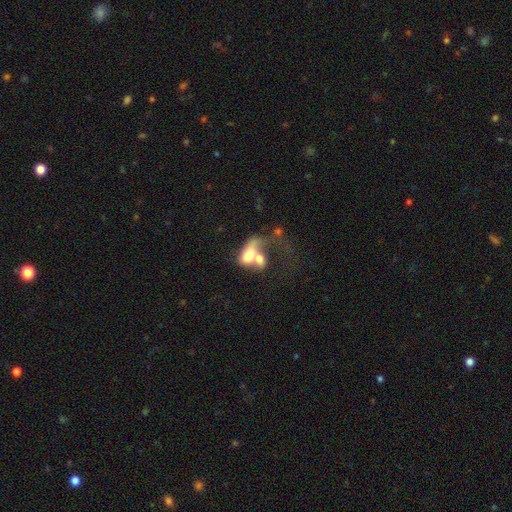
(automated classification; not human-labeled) smooth-or-featured: smooth: 59% | featured or disk: 32% | star or artifact: 9%
  how-rounded: in between: 80% | round: 15% | cigar-shaped: 5%
  merging: merger: 68% | major disturbance: 18% | none: 9% | minor disturbance: 6%